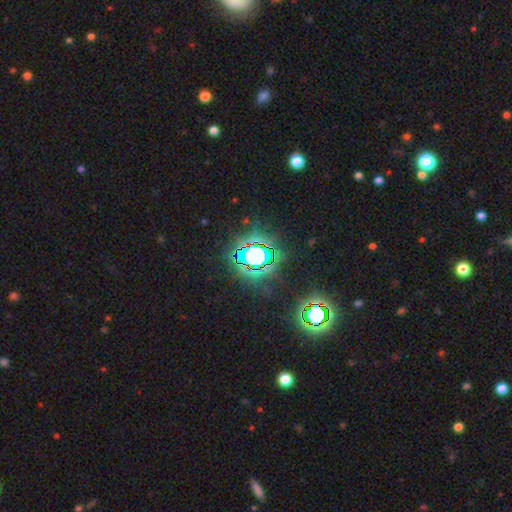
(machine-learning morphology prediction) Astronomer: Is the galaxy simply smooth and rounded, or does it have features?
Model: star or artifact — 74%.